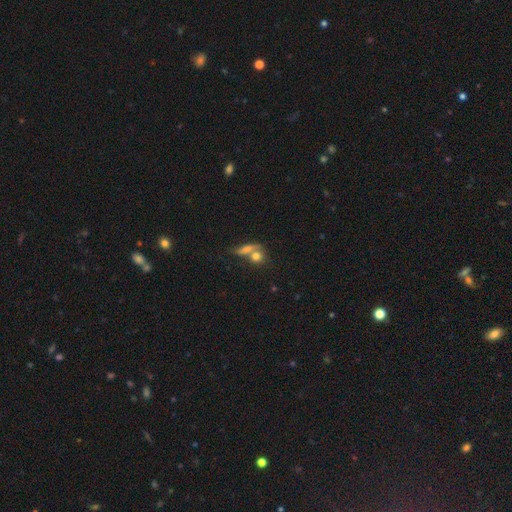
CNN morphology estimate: The model was most divided on "merging": merger: 48%, none: 37%, minor disturbance: 9%, major disturbance: 6%. More confident: smooth or featured — smooth (73%); how rounded — round (63%).